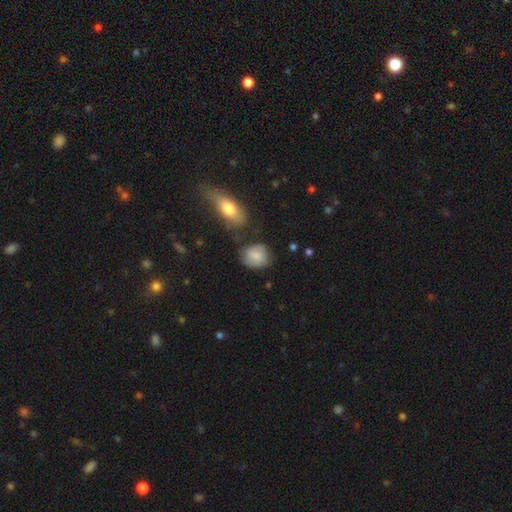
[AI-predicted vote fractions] smooth 74%, featured or disk 19%, star or artifact 7%. Down the decision tree: how rounded — round (63%); merging — none (62%).